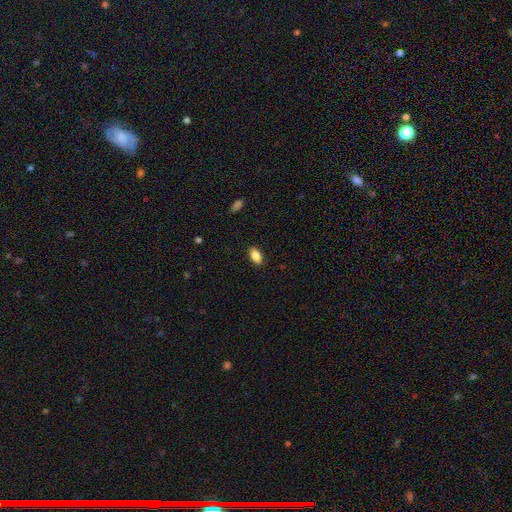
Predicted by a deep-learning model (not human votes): smooth-or-featured: smooth: 86% | star or artifact: 8% | featured or disk: 7%
  how-rounded: in between: 90% | cigar-shaped: 6% | round: 4%
  merging: none: 88% | minor disturbance: 9% | major disturbance: 2% | merger: 1%